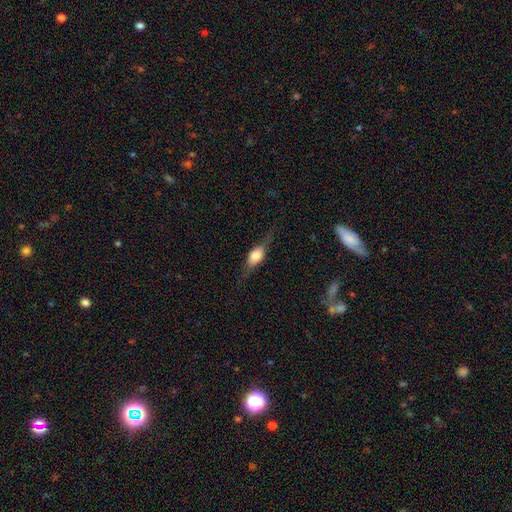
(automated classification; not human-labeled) This is possibly a featured or disk galaxy (54%). It is clearly viewed edge-on (92%). Edge-on bulge: clearly rounded (89%). Merging: likely none (74%).